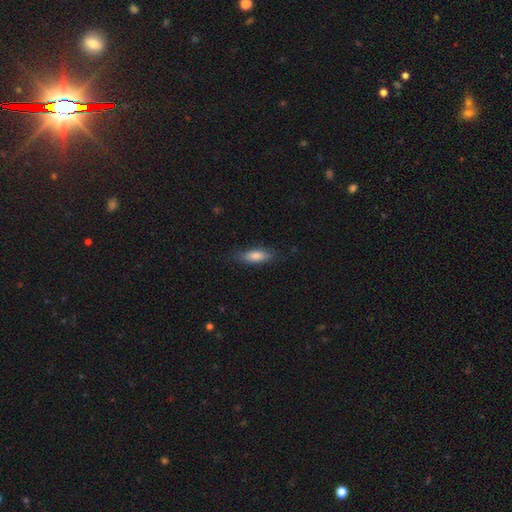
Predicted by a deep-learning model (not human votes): Morphology: type=smooth (75%); roundness=in between (52%); merging=none (81%).